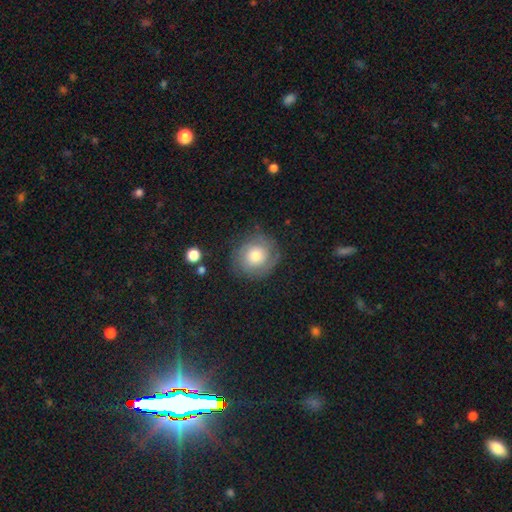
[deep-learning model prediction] Smooth or featured?
  - smooth: 48% *
  - featured or disk: 43%
  - star or artifact: 9%
Merging?
  - none: 76% *
  - minor disturbance: 16%
  - major disturbance: 7%
  - merger: 2%